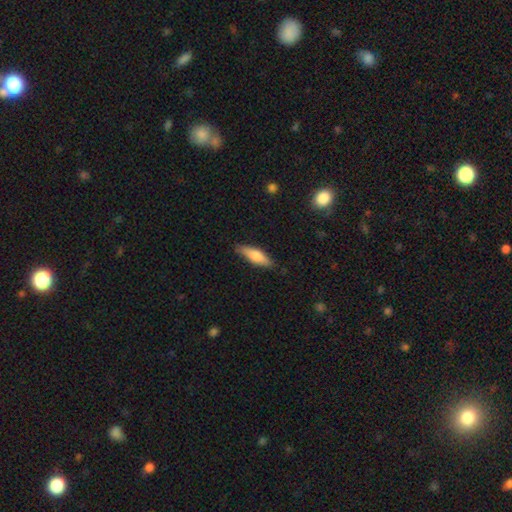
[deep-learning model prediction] smooth 64%, featured or disk 30%, star or artifact 6%. Down the decision tree: how rounded — cigar-shaped (54%); merging — none (83%).